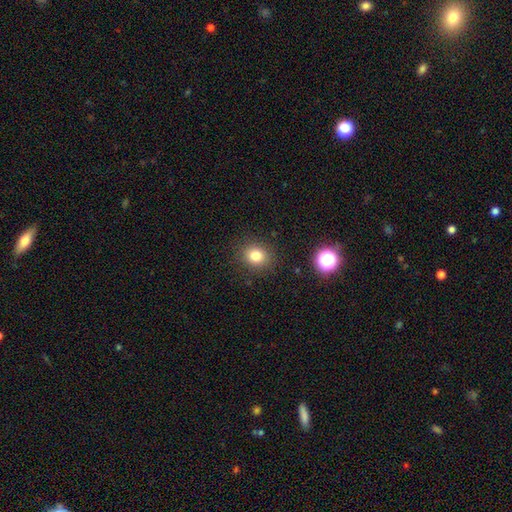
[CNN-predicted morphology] type=smooth (80%); roundness=round (73%); merging=none (87%).